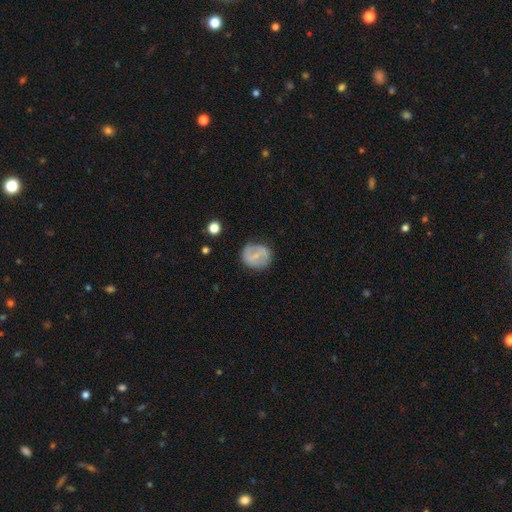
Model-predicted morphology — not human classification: Smooth or featured?
  - smooth: 54% *
  - featured or disk: 38%
  - star or artifact: 8%
How rounded?
  - round: 75% *
  - in between: 23%
  - cigar-shaped: 1%
Merging?
  - none: 74% *
  - minor disturbance: 18%
  - major disturbance: 6%
  - merger: 2%